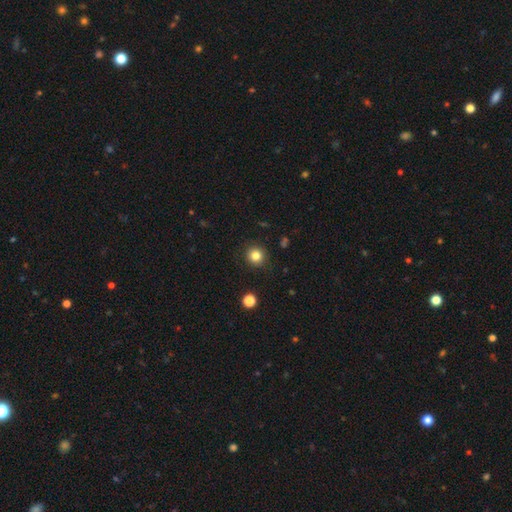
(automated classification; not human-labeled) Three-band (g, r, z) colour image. It shows a smooth galaxy with no disk features (82%) that is round (94%). Merging: none (91%).